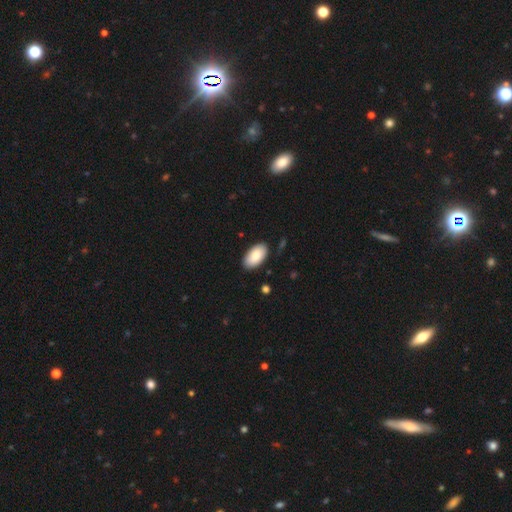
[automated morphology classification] A smooth galaxy with no disk features (83%) that is in between round and cigar-shaped (96%). Merging: none (88%).